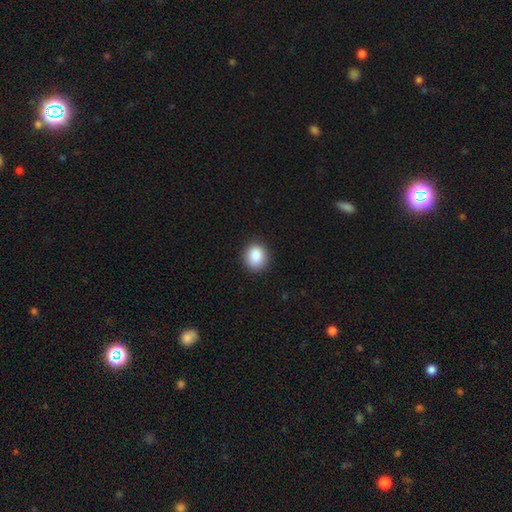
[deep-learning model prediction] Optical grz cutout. It shows a smooth galaxy with no disk features (88%) that is round (76%). Merging: none (89%).